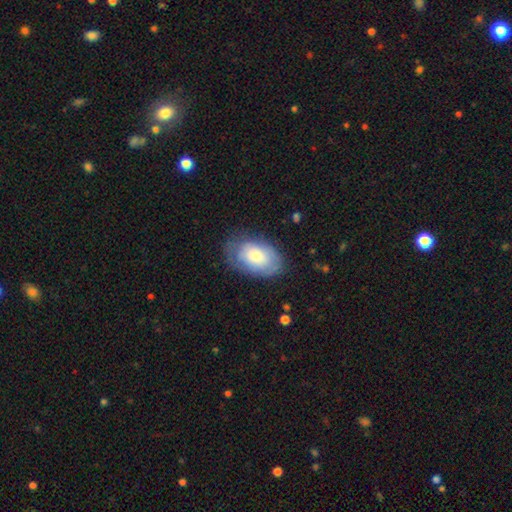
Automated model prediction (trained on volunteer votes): Smooth or featured: smooth — 66% (featured or disk — 27%)
How rounded: in between — 89% (round — 10%)
Merging: none — 68% (minor disturbance — 21%)